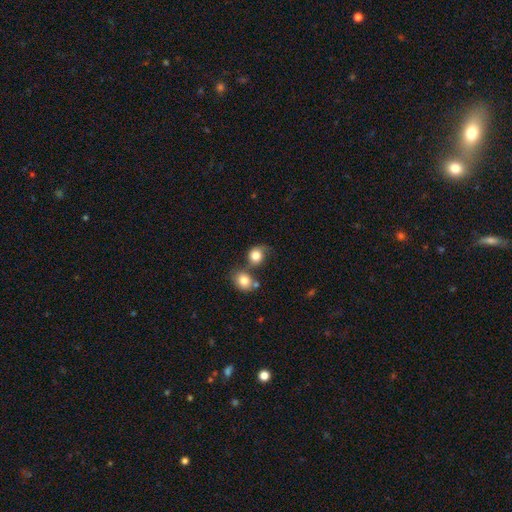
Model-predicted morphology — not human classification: Smooth or featured? smooth (81%)
How rounded? round (71%)
Merging? none (45%)